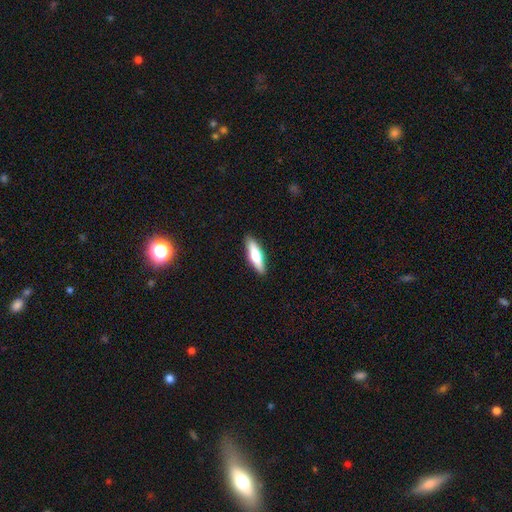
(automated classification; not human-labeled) Smooth or featured?
  - smooth: 60% *
  - featured or disk: 35%
  - star or artifact: 5%
How rounded?
  - cigar-shaped: 67% *
  - in between: 32%
  - round: 2%
Merging?
  - none: 90% *
  - minor disturbance: 7%
  - major disturbance: 2%
  - merger: 1%